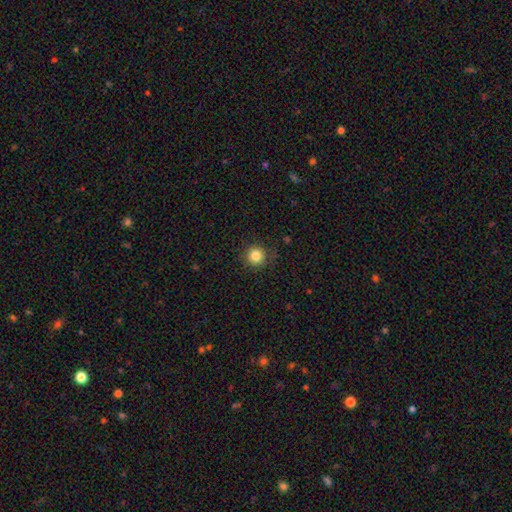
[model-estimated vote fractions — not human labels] The model was most divided on "smooth or featured": smooth: 84%, star or artifact: 11%, featured or disk: 5%. More confident: how rounded — round (94%); merging — none (89%).